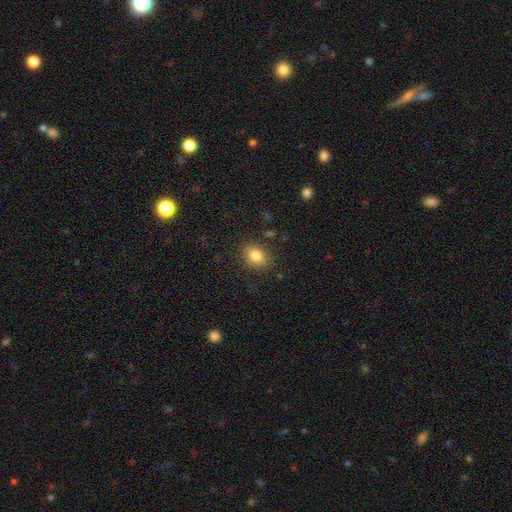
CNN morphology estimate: Overall: smooth (83%). How rounded: in between (70%). Merging: none (81%).